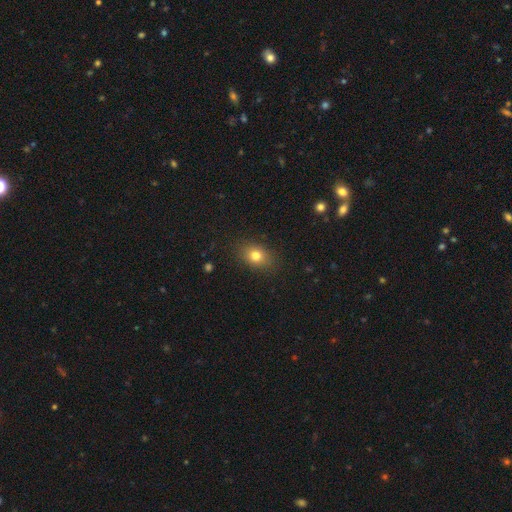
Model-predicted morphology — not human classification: smooth-or-featured: smooth: 78% | star or artifact: 11% | featured or disk: 10%
  how-rounded: in between: 66% | round: 32% | cigar-shaped: 2%
  merging: none: 85% | minor disturbance: 11% | major disturbance: 3% | merger: 1%